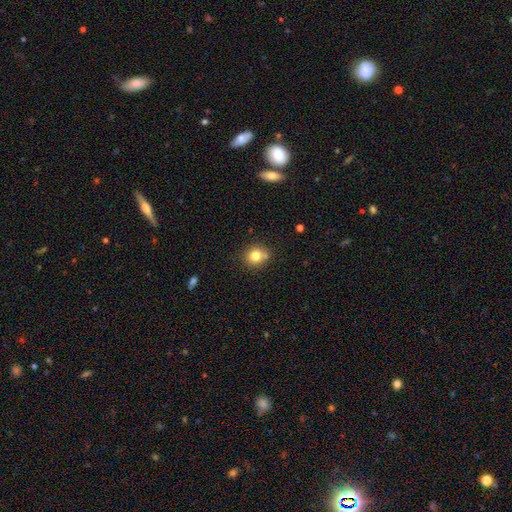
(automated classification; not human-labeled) A smooth galaxy with no disk features (79%) that is round (83%).

Vote fractions:
- Smooth or featured? smooth: 79% / star or artifact: 12% / featured or disk: 9%
- How rounded? round: 83% / in between: 16% / cigar-shaped: 1%
- Merging? none: 74% / minor disturbance: 14% / merger: 9% / major disturbance: 3%